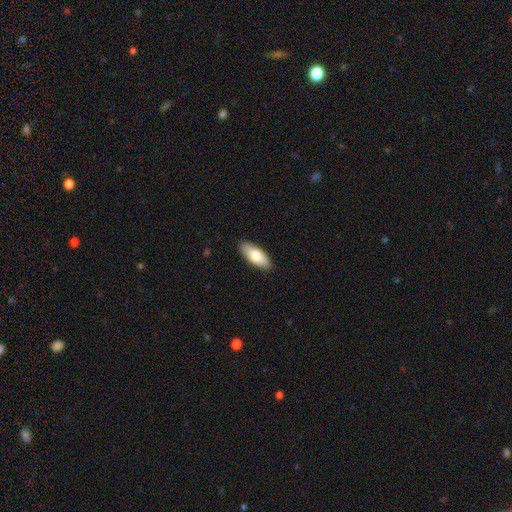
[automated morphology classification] This is likely a smooth galaxy (76%). How rounded: likely in between (78%). Merging: clearly none (89%).